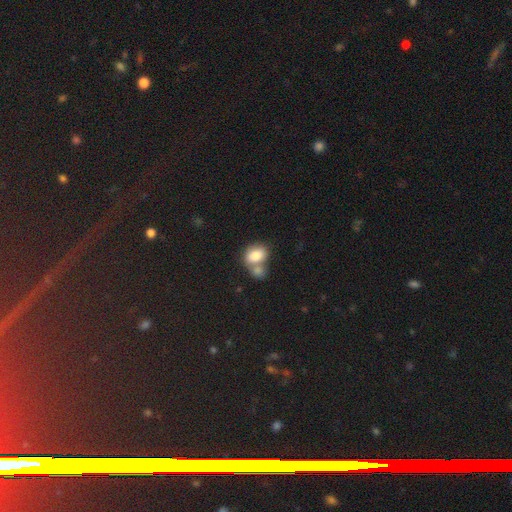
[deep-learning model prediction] Smooth or featured?
  - smooth: 80% *
  - featured or disk: 12%
  - star or artifact: 8%
How rounded?
  - in between: 72% *
  - round: 26%
  - cigar-shaped: 1%
Merging?
  - merger: 53% *
  - none: 31%
  - minor disturbance: 11%
  - major disturbance: 5%